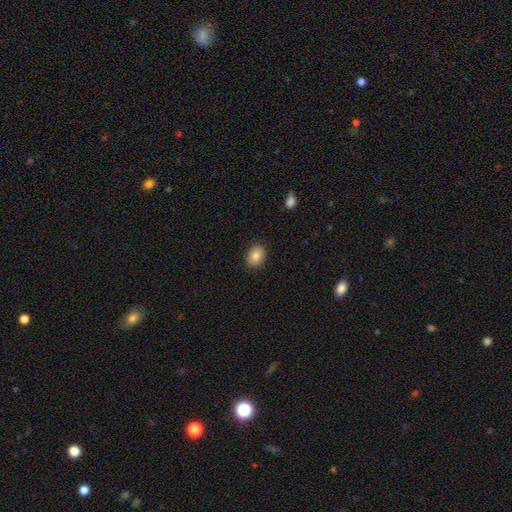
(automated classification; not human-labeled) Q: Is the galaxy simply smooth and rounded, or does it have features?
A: smooth — 85%.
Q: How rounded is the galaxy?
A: in between — 74%.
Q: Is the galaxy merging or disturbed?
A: none — 88%.